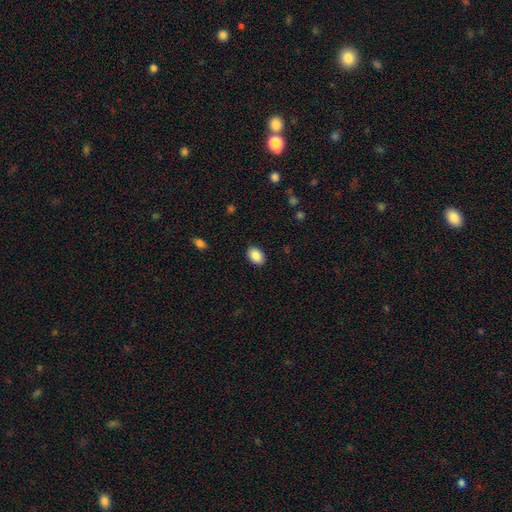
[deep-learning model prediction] This is clearly a smooth galaxy (88%). How rounded: clearly in between (82%). Merging: clearly none (89%).